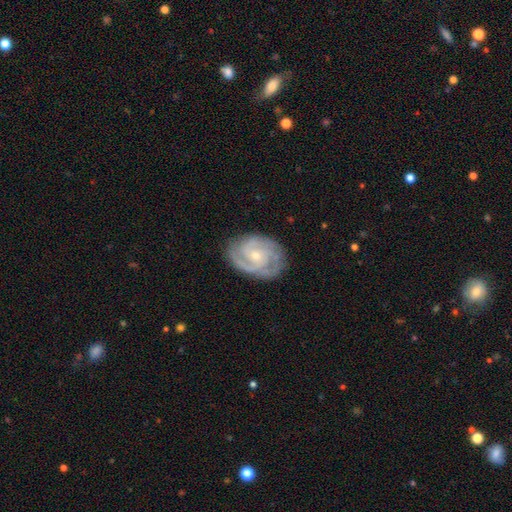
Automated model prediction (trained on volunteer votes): smooth-or-featured: featured or disk: 89% | smooth: 6% | star or artifact: 5%
  disk-edge-on: no: 98% | yes: 2%
    bar: no: 64% | weak: 30% | strong: 6%
    has-spiral-arms: yes: 98% | no: 2%
      spiral-winding: tight: 58% | medium: 36% | loose: 5%
      spiral-arm-count: 3: 44% | 2: 27% | can't tell: 11% | 4: 9% | 1: 4% | more than 4: 4%
    bulge-size: small: 69% | moderate: 28% | none: 1% | large: 1% | dominant: 1%
  merging: none: 80% | minor disturbance: 15% | major disturbance: 4% | merger: 1%